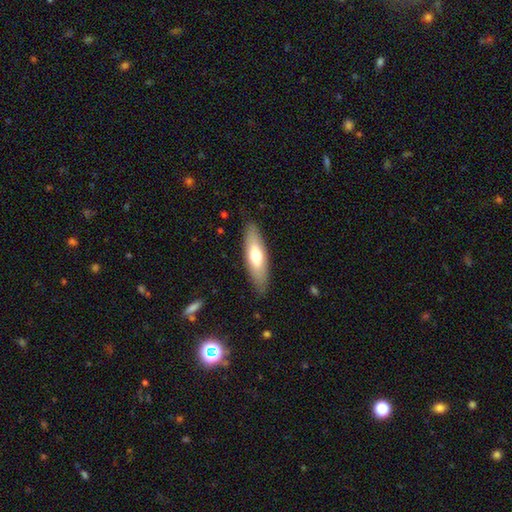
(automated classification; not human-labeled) This appears to be a smooth galaxy with no disk features (61%) that is cigar-shaped (50%). Merging: none (86%).